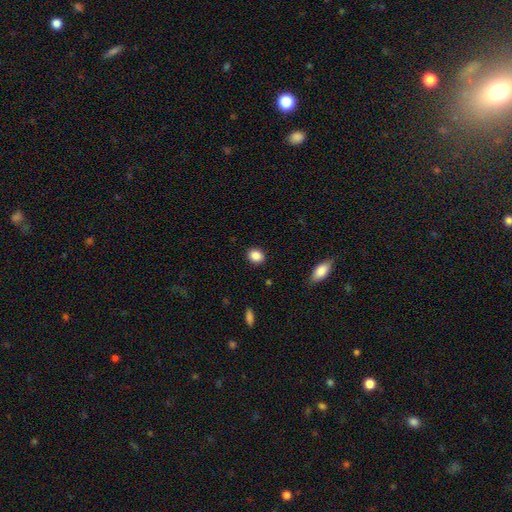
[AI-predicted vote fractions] Smooth or featured: smooth — 87% (star or artifact — 9%)
How rounded: round — 58% (in between — 41%)
Merging: none — 89% (minor disturbance — 8%)